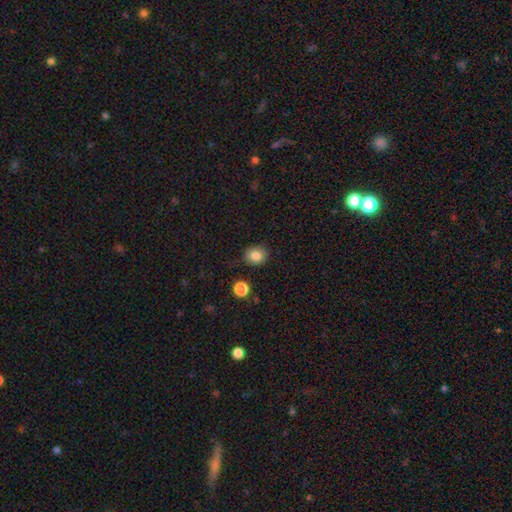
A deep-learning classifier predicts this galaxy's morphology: smooth-or-featured: smooth: 83% | star or artifact: 10% | featured or disk: 6%
  how-rounded: round: 71% | in between: 28% | cigar-shaped: 1%
  merging: none: 82% | minor disturbance: 13% | major disturbance: 3% | merger: 2%